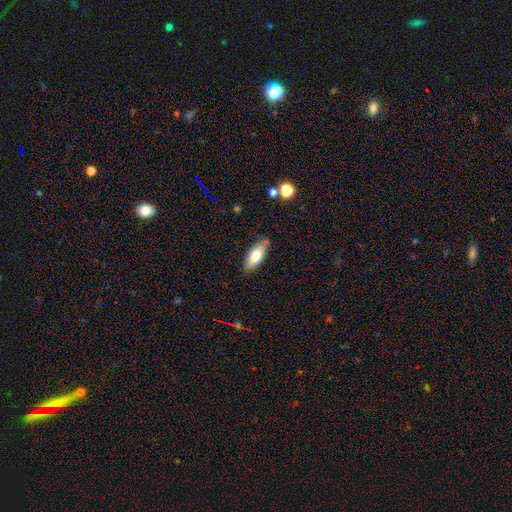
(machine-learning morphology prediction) Smooth or featured? smooth (74%)
How rounded? in between (77%)
Merging? none (80%)